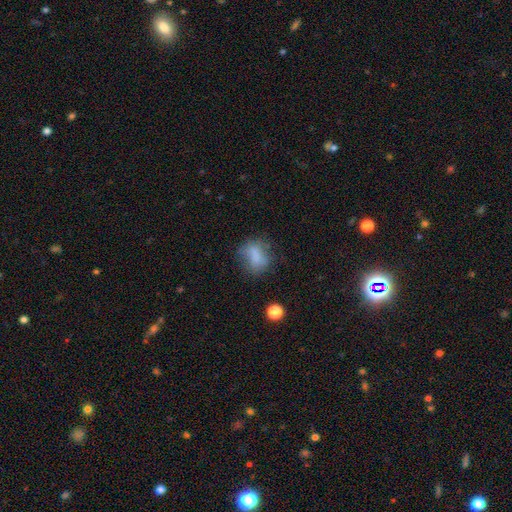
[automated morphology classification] smooth_or_featured: smooth (p=0.72) [alt: featured or disk p=0.16]
how_rounded: in between (p=0.56) [alt: round p=0.41]
merging: none (p=0.54) [alt: minor disturbance p=0.26]